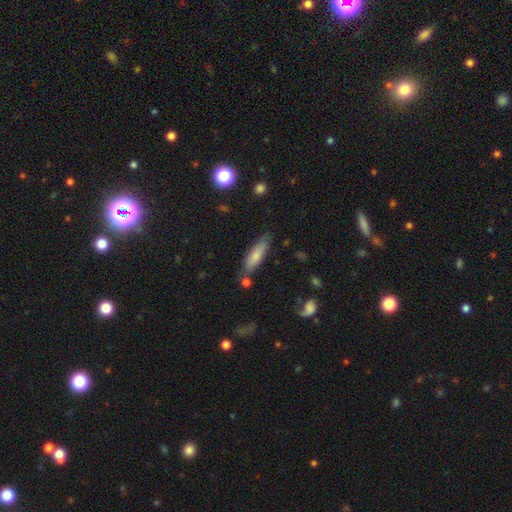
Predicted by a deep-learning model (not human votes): smooth 74%, featured or disk 20%, star or artifact 6%. Down the decision tree: how rounded — cigar-shaped (63%); merging — none (74%).